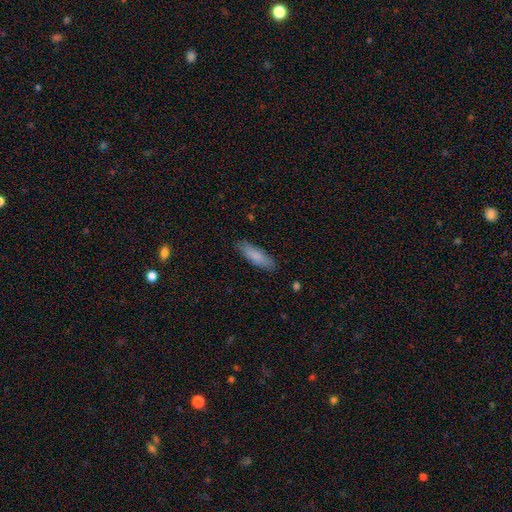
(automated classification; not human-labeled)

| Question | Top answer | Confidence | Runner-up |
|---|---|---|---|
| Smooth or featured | smooth | 83% | featured or disk (11%) |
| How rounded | cigar-shaped | 49% | tied: in between (49%) |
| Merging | none | 85% | minor disturbance (11%) |